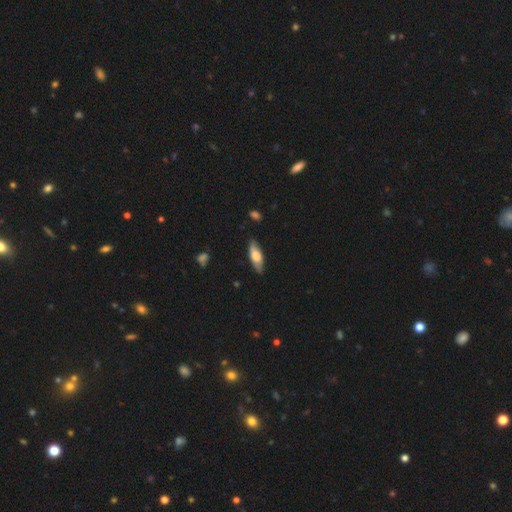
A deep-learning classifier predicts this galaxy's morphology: smooth_or_featured: smooth (p=0.64) [alt: featured or disk p=0.31]
how_rounded: in between (p=0.65) [alt: cigar-shaped p=0.33]
merging: none (p=0.84) [alt: minor disturbance p=0.12]